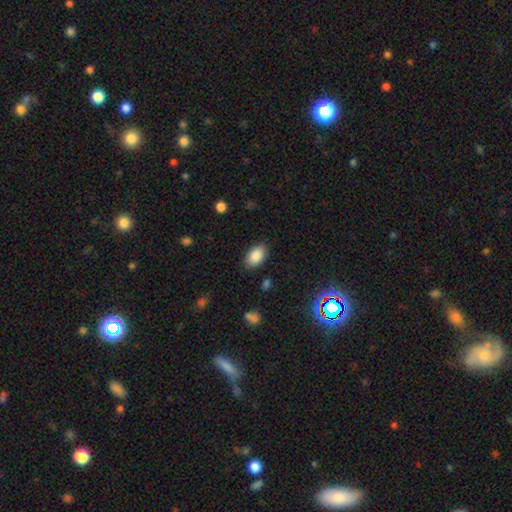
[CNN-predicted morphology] Overall: smooth (86%). How rounded: in between (91%). Merging: none (85%).